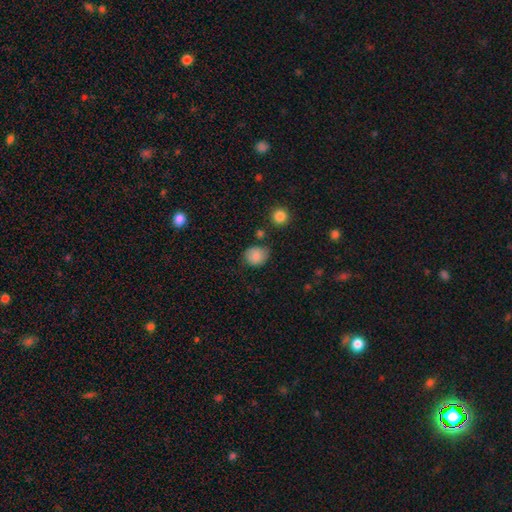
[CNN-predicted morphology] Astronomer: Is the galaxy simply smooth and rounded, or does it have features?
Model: smooth — 84%.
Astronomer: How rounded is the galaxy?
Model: round — 72%.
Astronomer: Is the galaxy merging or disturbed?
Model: none — 68%.